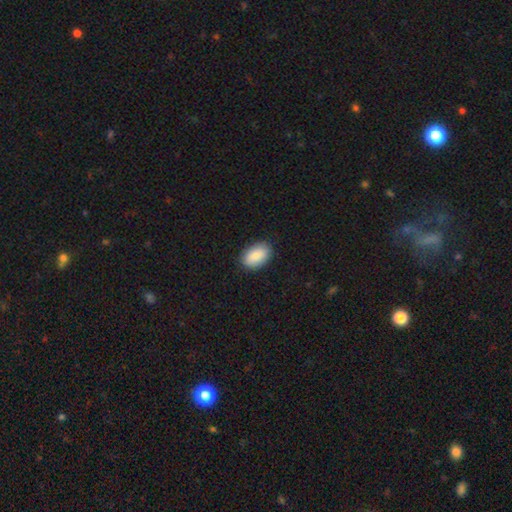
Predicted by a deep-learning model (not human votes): This is clearly a smooth galaxy (88%). How rounded: clearly in between (91%). Merging: clearly none (87%).